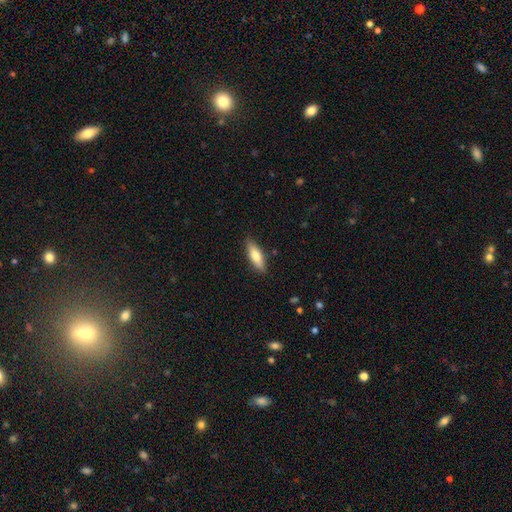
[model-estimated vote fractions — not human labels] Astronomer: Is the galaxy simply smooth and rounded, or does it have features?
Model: smooth — 75%.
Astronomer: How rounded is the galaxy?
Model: in between — 56% (runner-up: cigar-shaped, 42%).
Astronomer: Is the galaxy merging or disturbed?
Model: none — 86%.